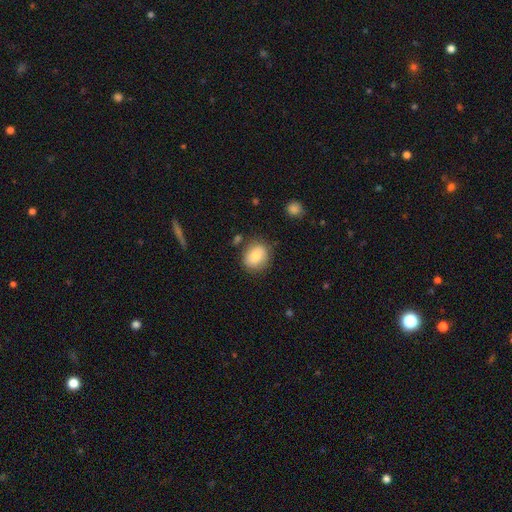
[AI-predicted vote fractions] Smooth or featured: smooth — 81% (featured or disk — 12%)
How rounded: round — 58% (in between — 41%)
Merging: none — 77% (minor disturbance — 15%)